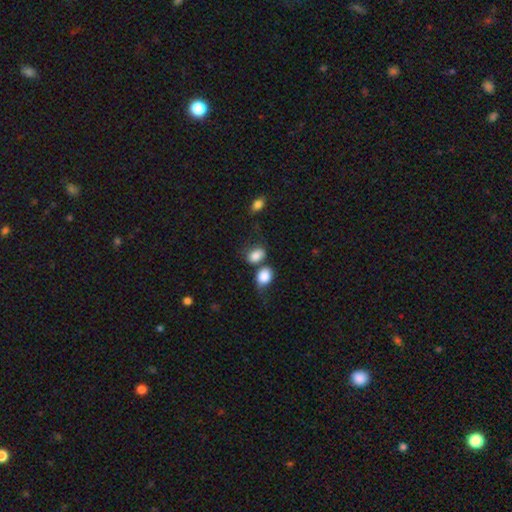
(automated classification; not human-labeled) Morphology: type=smooth (85%); roundness=in between (73%); merging=none (41%).